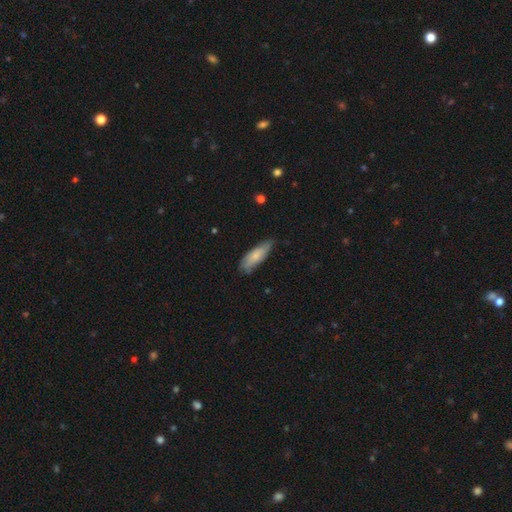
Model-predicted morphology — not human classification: smooth 68%, featured or disk 26%, star or artifact 6%. Down the decision tree: how rounded — in between (58%); merging — none (67%).